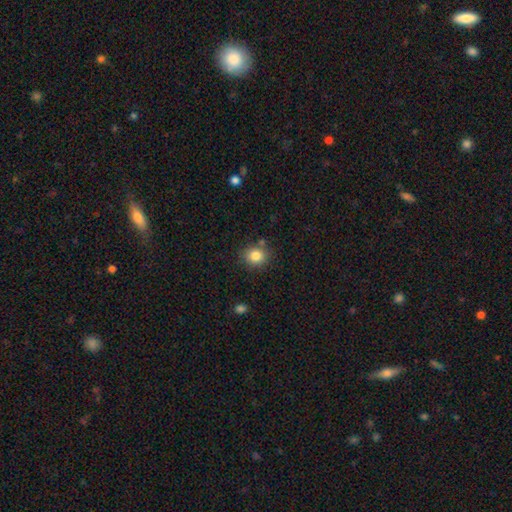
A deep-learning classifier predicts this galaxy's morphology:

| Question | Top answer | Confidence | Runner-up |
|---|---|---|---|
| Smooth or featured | smooth | 83% | star or artifact (11%) |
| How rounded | round | 81% | in between (18%) |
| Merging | none | 81% | minor disturbance (10%) |